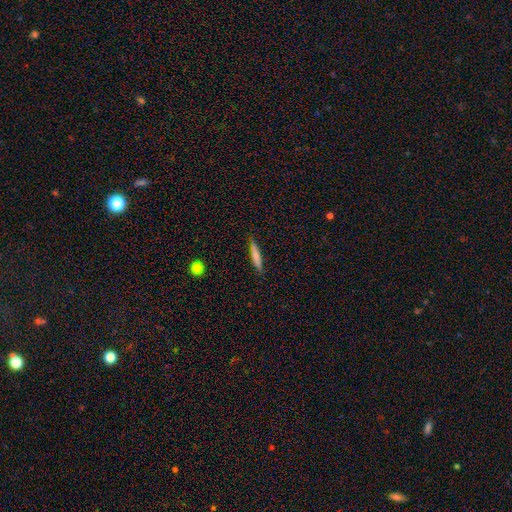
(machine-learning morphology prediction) smooth-or-featured: smooth: 70% | featured or disk: 24% | star or artifact: 6%
  how-rounded: cigar-shaped: 93% | in between: 5% | round: 1%
  merging: none: 87% | minor disturbance: 9% | major disturbance: 2% | merger: 1%